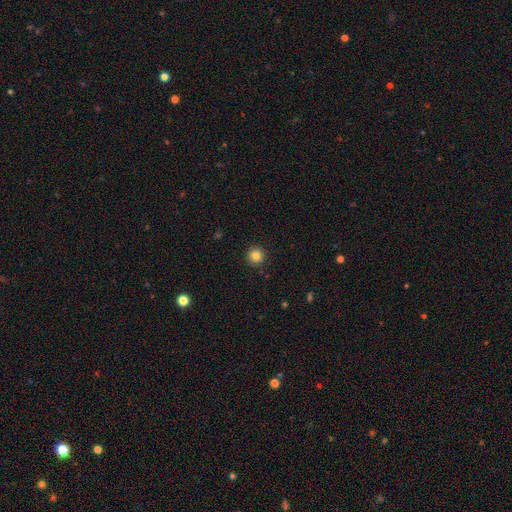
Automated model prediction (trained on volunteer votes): This appears to be a smooth galaxy with no disk features (84%) that is round (96%). Merging: none (92%).